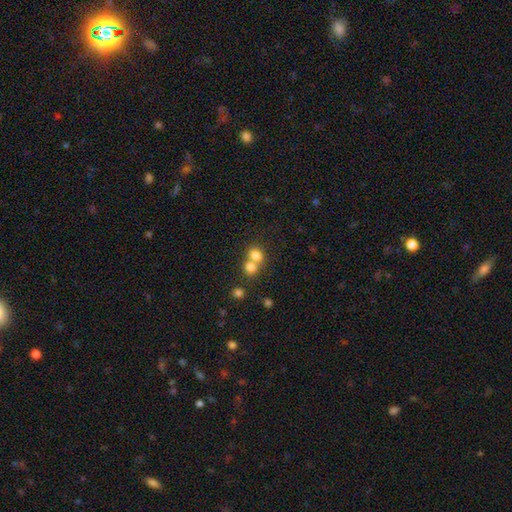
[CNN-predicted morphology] This is likely a smooth galaxy (76%). How rounded: likely round (69%). Merging: likely merger (60%).